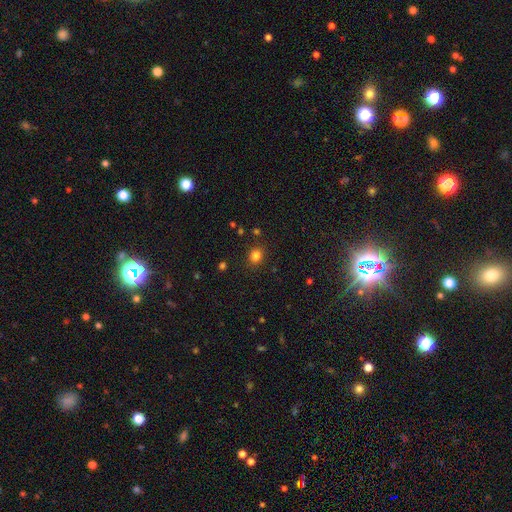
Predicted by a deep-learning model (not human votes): The model was most divided on "how rounded": round: 71%, in between: 29%, cigar-shaped: 1%. More confident: merging — none (88%); smooth or featured — smooth (81%).